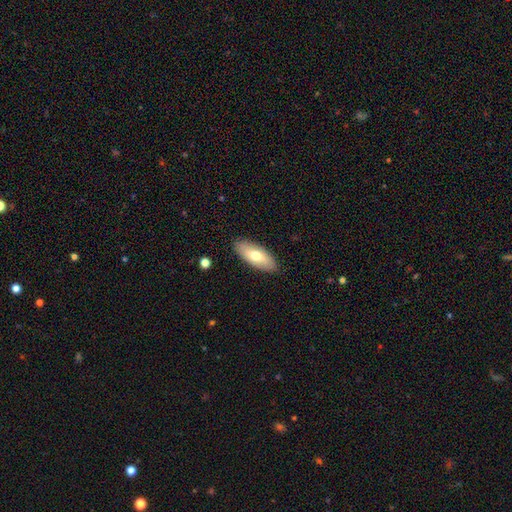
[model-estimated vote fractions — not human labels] Smooth or featured?
  - smooth: 67% *
  - featured or disk: 27%
  - star or artifact: 6%
How rounded?
  - in between: 81% *
  - cigar-shaped: 16%
  - round: 2%
Merging?
  - none: 88% *
  - minor disturbance: 9%
  - major disturbance: 2%
  - merger: 1%